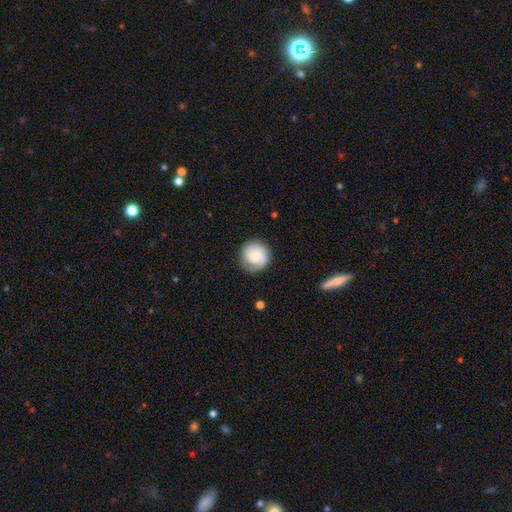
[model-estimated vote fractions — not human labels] Overall: smooth (60%; featured or disk 33%). How rounded: round (92%). Merging: none (82%).